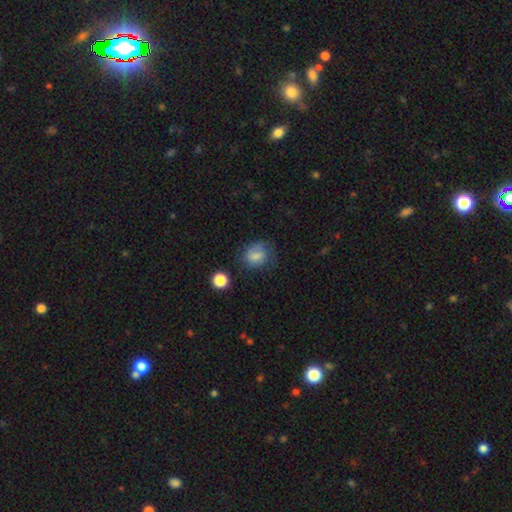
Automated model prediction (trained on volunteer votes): Smooth or featured?
  - smooth: 74% *
  - featured or disk: 15%
  - star or artifact: 11%
How rounded?
  - round: 60% *
  - in between: 39%
  - cigar-shaped: 1%
Merging?
  - none: 56% *
  - minor disturbance: 27%
  - major disturbance: 15%
  - merger: 3%